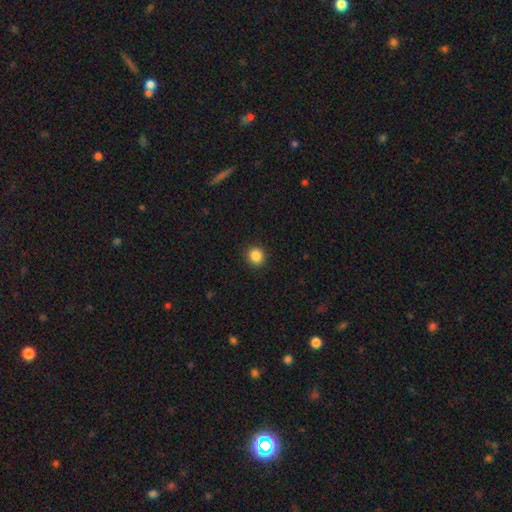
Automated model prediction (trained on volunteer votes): Smooth or featured: smooth — 86% (star or artifact — 10%)
How rounded: round — 89% (in between — 10%)
Merging: none — 91% (minor disturbance — 6%)